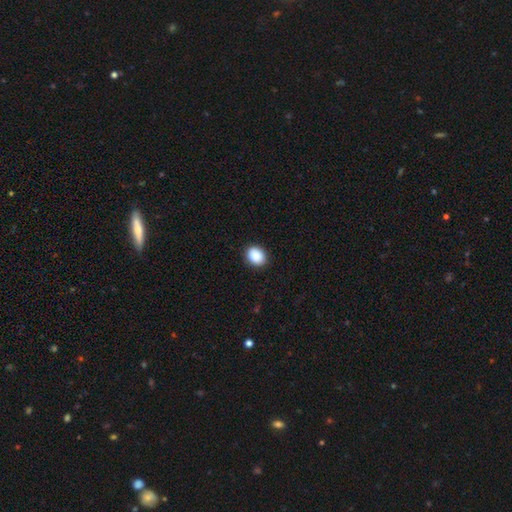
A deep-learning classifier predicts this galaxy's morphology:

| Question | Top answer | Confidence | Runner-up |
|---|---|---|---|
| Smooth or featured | smooth | 90% | star or artifact (8%) |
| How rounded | in between | 59% | round (40%) |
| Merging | none | 90% | minor disturbance (7%) |